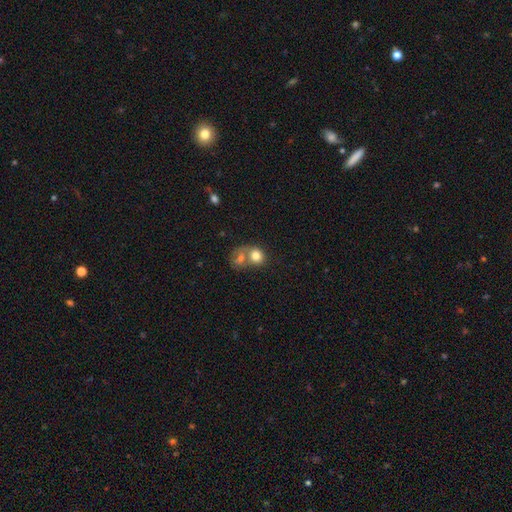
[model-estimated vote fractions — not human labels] A smooth galaxy with no disk features (77%) that is round (65%).

Vote fractions:
- Smooth or featured? smooth: 77% / featured or disk: 13% / star or artifact: 9%
- How rounded? round: 65% / in between: 34% / cigar-shaped: 1%
- Merging? merger: 58% / none: 28% / minor disturbance: 8% / major disturbance: 5%